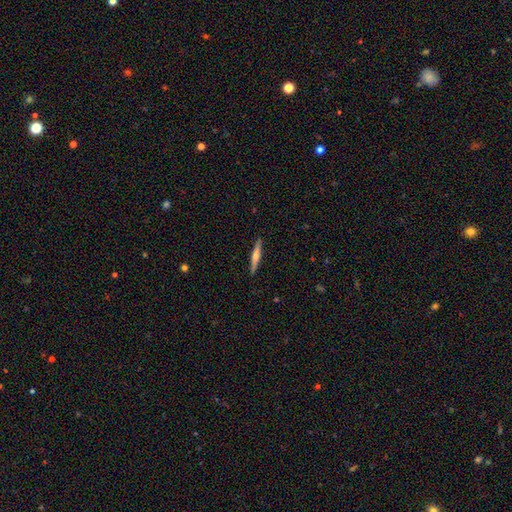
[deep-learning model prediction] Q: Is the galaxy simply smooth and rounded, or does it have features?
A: featured or disk — 59%.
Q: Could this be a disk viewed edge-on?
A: yes — 97%.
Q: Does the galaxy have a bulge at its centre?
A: rounded — 81%.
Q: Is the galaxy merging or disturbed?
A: none — 91%.